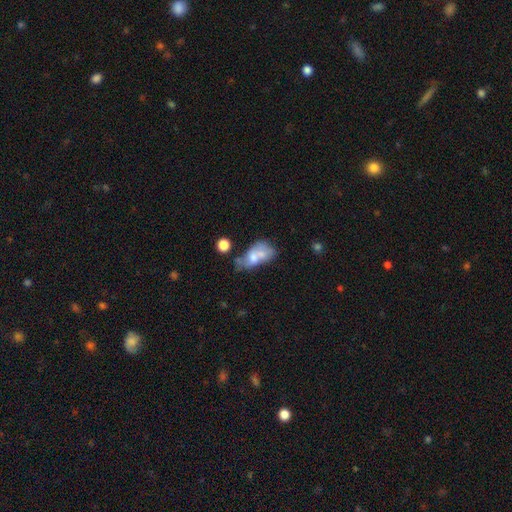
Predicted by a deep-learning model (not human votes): A smooth galaxy with no disk features (57%) that is in between round and cigar-shaped (83%).

Vote fractions:
- Smooth or featured? smooth: 57% / featured or disk: 33% / star or artifact: 9%
- How rounded? in between: 83% / round: 13% / cigar-shaped: 4%
- Merging? merger: 53% / none: 19% / minor disturbance: 14% / major disturbance: 14%